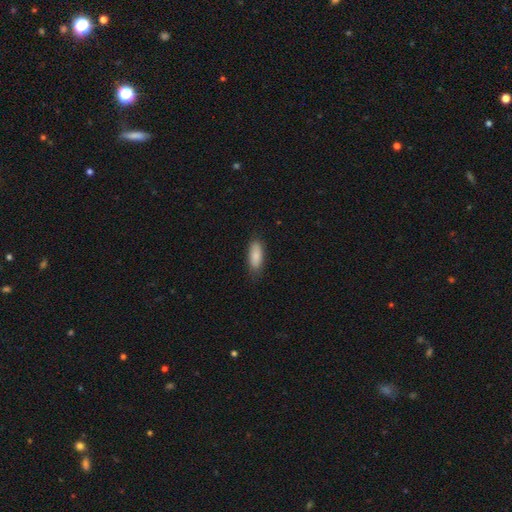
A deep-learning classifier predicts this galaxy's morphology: smooth_or_featured: smooth (p=0.87) [alt: featured or disk p=0.07]
how_rounded: in between (p=0.76) [alt: cigar-shaped p=0.22]
merging: none (p=0.82) [alt: minor disturbance p=0.15]